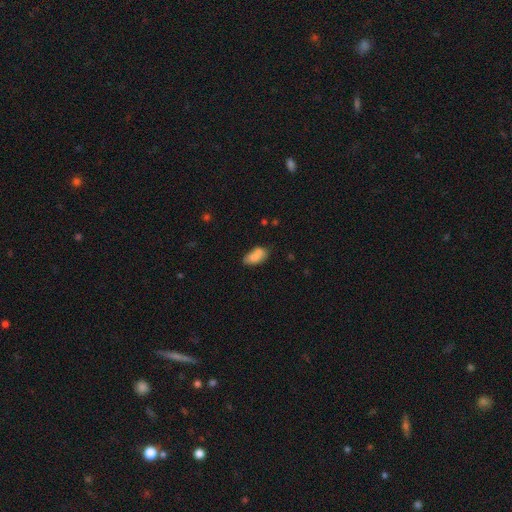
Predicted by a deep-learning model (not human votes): Smooth or featured?
  - smooth: 74% *
  - featured or disk: 17%
  - star or artifact: 8%
How rounded?
  - in between: 90% *
  - round: 5%
  - cigar-shaped: 5%
Merging?
  - none: 47% *
  - merger: 27%
  - minor disturbance: 19%
  - major disturbance: 6%